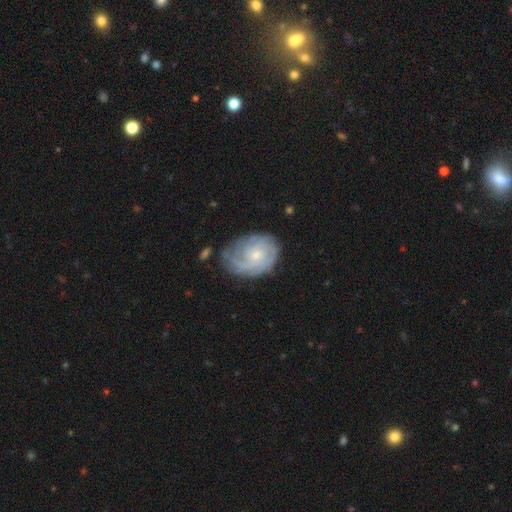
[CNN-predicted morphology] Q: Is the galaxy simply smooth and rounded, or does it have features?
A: featured or disk — 75%.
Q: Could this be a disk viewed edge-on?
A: no — 97%.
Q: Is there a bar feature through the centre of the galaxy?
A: no — 72%.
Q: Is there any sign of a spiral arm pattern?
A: yes — 90%.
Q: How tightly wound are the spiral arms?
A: tight — 64%.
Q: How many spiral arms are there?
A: can't tell — 47%.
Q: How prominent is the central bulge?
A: small — 57%.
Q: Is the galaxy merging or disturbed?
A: none — 62%.